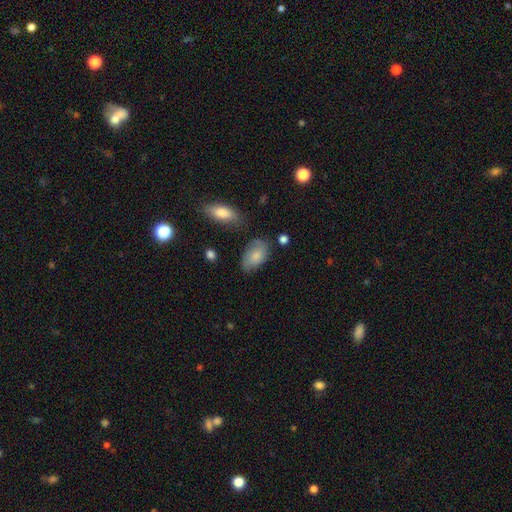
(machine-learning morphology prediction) The model was most divided on "merging": none: 63%, minor disturbance: 26%, major disturbance: 7%, merger: 4%. More confident: how rounded — in between (92%); smooth or featured — smooth (73%).